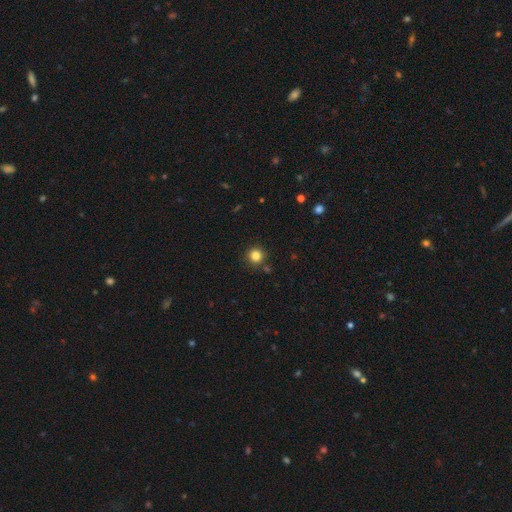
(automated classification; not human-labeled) Smooth or featured? Predicted: smooth (p=0.83). How rounded? Predicted: round (p=0.94). Merging? Predicted: none (p=0.86).